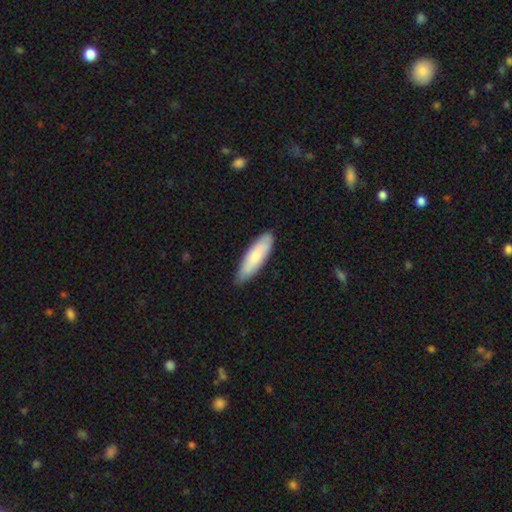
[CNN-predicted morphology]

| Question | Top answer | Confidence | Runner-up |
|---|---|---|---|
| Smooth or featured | smooth | 76% | featured or disk (19%) |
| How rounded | cigar-shaped | 54% | in between (45%) |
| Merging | none | 82% | minor disturbance (15%) |